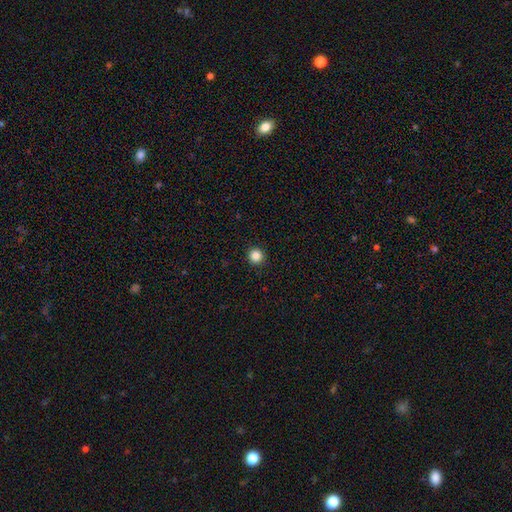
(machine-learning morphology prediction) The model was most divided on "smooth or featured": smooth: 85%, star or artifact: 11%, featured or disk: 4%. More confident: how rounded — round (95%); merging — none (93%).